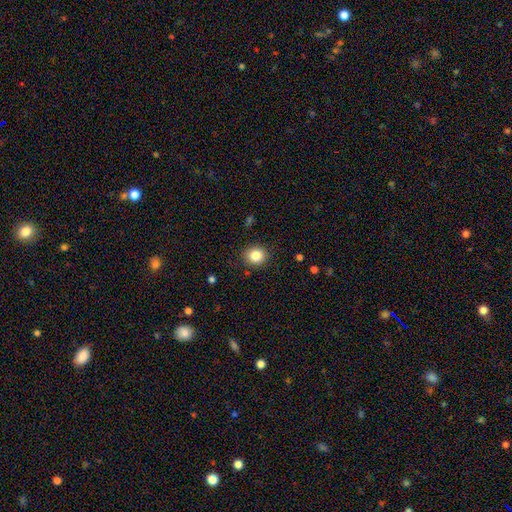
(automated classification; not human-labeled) A smooth galaxy with no disk features (84%) that is round (79%). Merging: none (88%).